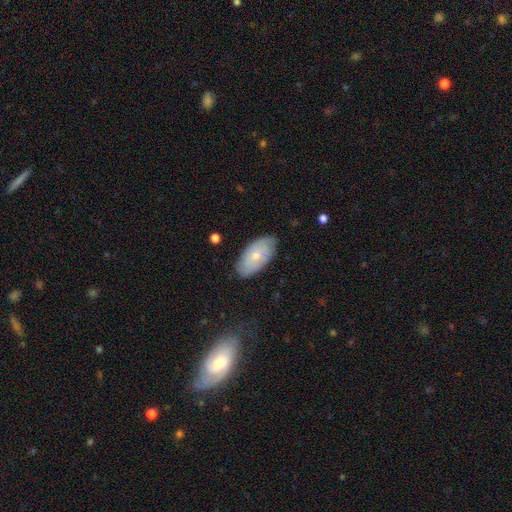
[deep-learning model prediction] This appears to be a smooth galaxy with no disk features (64%) that is in between round and cigar-shaped (94%). Merging: none (82%).